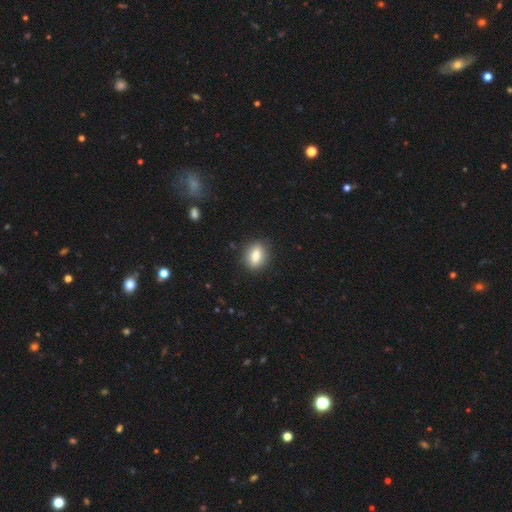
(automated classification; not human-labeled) Smooth or featured? Predicted: smooth (p=0.79). How rounded? Predicted: in between (p=0.72). Merging? Predicted: none (p=0.86).